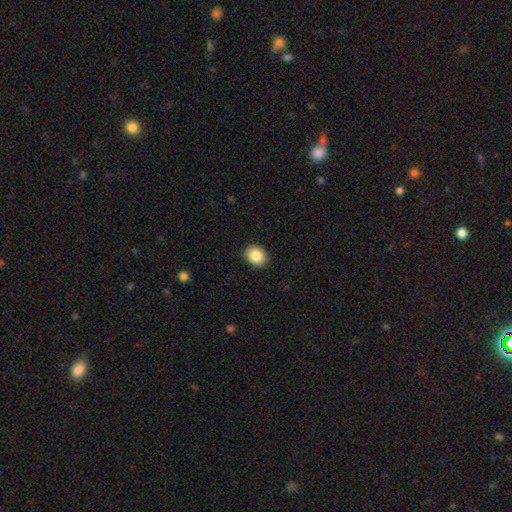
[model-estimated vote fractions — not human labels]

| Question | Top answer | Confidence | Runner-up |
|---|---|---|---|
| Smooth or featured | smooth | 87% | star or artifact (8%) |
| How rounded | round | 52% | in between (47%) |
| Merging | none | 89% | minor disturbance (9%) |